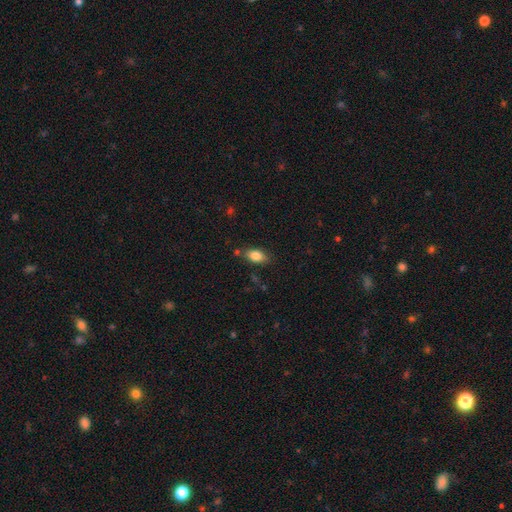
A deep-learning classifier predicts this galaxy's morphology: Q: Smooth or featured?
A: smooth (83%); runner-up: featured or disk (9%)
Q: How rounded?
A: in between (88%); runner-up: round (7%)
Q: Merging?
A: none (76%); runner-up: minor disturbance (15%)